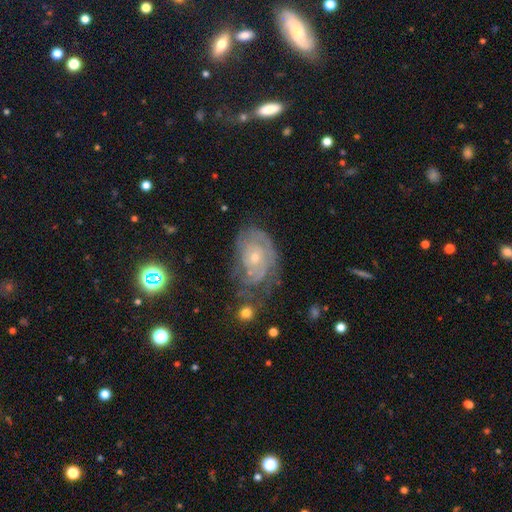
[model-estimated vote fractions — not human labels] A featured or disk galaxy (78%) with no bar (79%), tight (70%) spiral arms (87%) and a small central bulge (64%).

Vote fractions:
- Smooth or featured? featured or disk: 78% / smooth: 14% / star or artifact: 8%
- Edge-on disk? no: 96% / yes: 4%
- Bar? no: 79% / weak: 18% / strong: 3%
- Spiral arms? yes: 87% / no: 13%
- Spiral winding? tight: 70% / medium: 23% / loose: 7%
- Spiral arm count? can't tell: 50% / 2: 21% / 3: 13% / 1: 6% / 4: 6% / more than 4: 4%
- Bulge size? small: 64% / moderate: 32% / none: 1% / large: 1% / dominant: 1%
- Merging? none: 52% / minor disturbance: 26% / major disturbance: 17% / merger: 5%